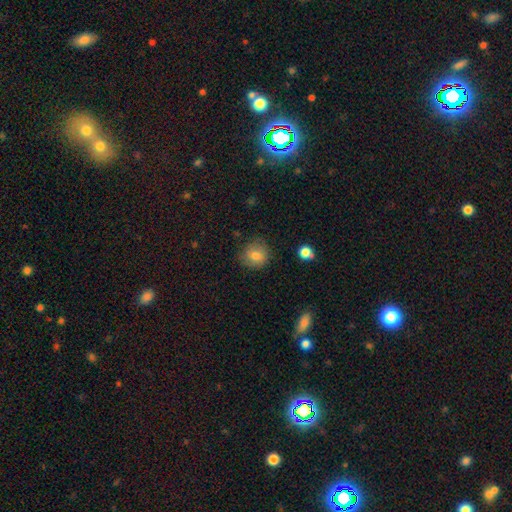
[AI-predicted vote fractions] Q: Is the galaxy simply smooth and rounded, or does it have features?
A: smooth — 79%.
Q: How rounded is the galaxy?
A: round — 87%.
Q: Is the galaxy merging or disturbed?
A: none — 80%.